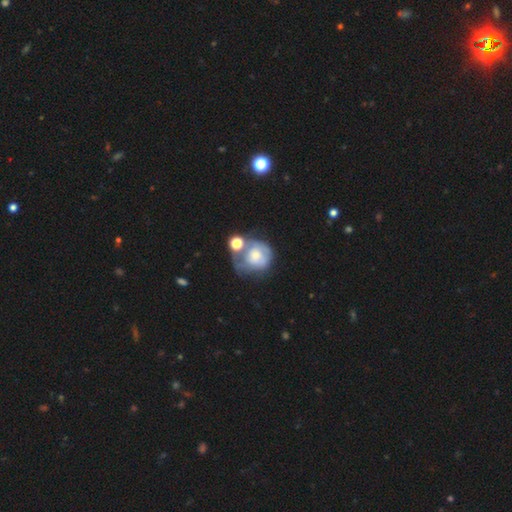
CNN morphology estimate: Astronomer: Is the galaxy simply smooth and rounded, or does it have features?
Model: featured or disk — 49% (runner-up: smooth, 42%).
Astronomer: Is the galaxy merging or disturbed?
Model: merger — 32% (runner-up: none, 28%).